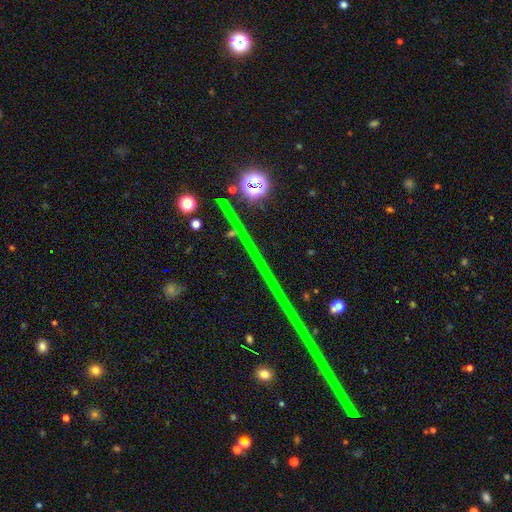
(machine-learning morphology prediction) Smooth or featured? Predicted: star or artifact (p=0.80).